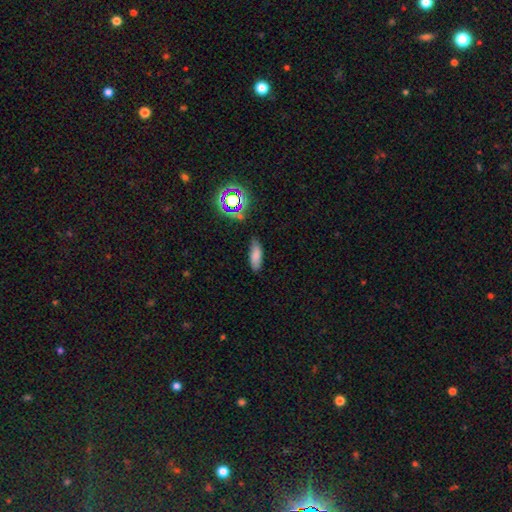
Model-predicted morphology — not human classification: Smooth or featured? smooth (77%)
How rounded? in between (66%)
Merging? none (81%)